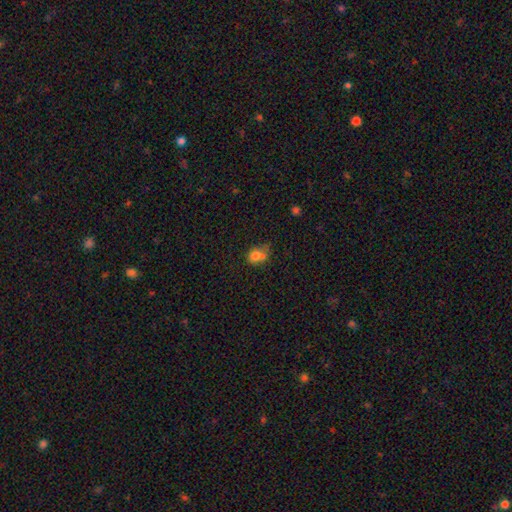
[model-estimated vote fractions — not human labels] Q: Smooth or featured?
A: smooth (75%); runner-up: featured or disk (13%)
Q: How rounded?
A: round (54%); runner-up: in between (45%)
Q: Merging?
A: none (32%); runner-up: merger (31%)